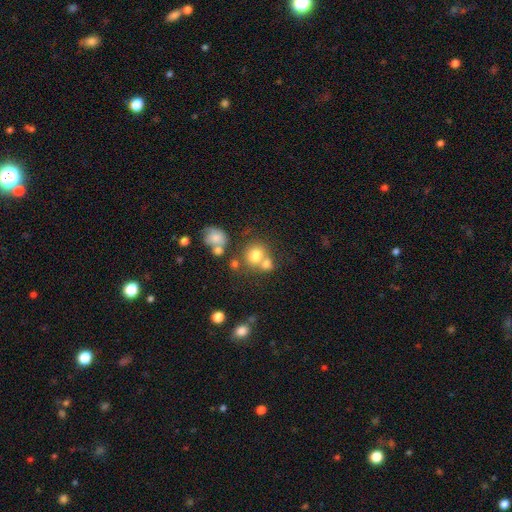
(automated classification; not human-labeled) Smooth or featured?
  - smooth: 75% *
  - star or artifact: 13%
  - featured or disk: 13%
How rounded?
  - round: 76% *
  - in between: 23%
  - cigar-shaped: 1%
Merging?
  - none: 46% *
  - merger: 39%
  - minor disturbance: 10%
  - major disturbance: 5%